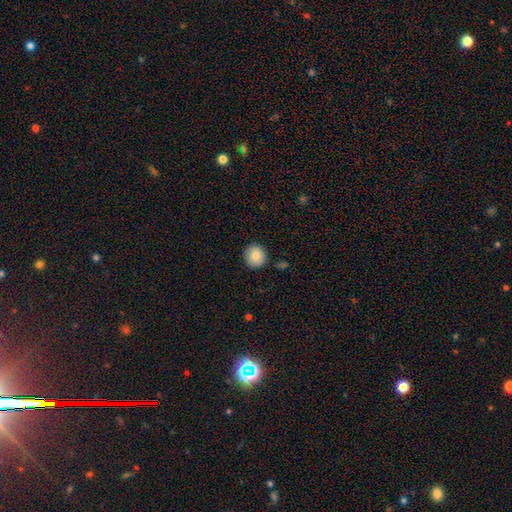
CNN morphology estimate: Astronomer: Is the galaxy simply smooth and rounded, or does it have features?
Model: smooth — 83%.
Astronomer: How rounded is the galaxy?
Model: round — 92%.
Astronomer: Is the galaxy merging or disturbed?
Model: none — 89%.